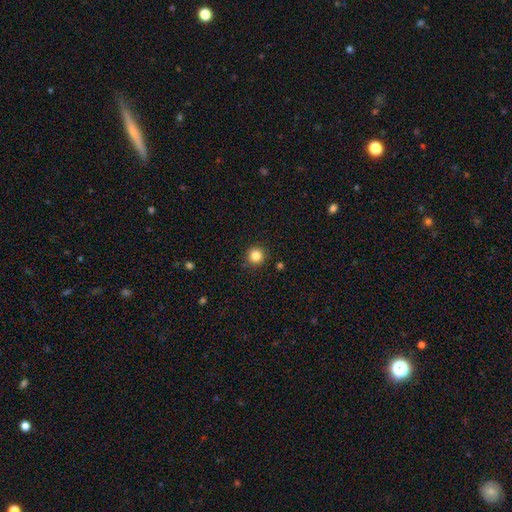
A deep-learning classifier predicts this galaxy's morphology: Smooth or featured? smooth (85%)
How rounded? round (95%)
Merging? none (91%)